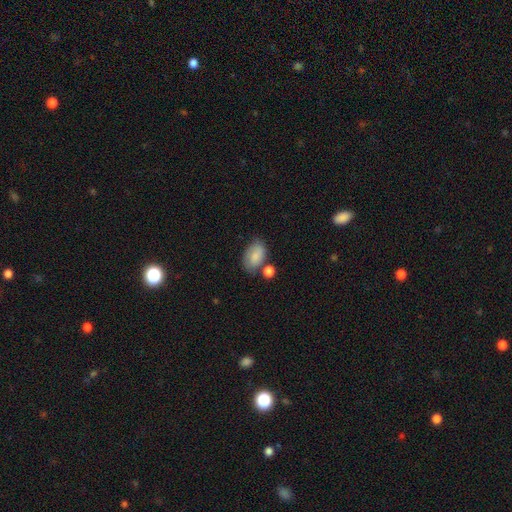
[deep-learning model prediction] Morphology: type=smooth (74%); roundness=in between (87%); merging=none (57%).